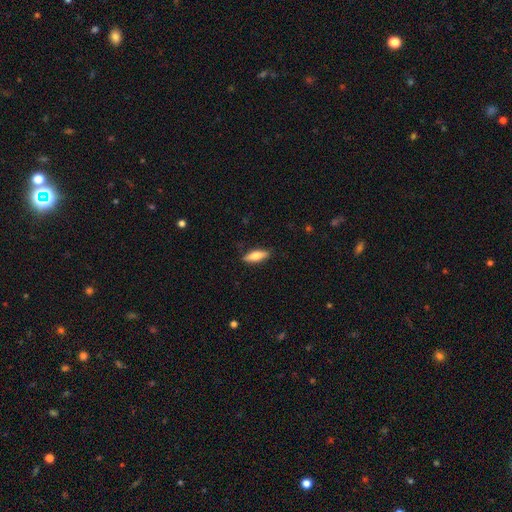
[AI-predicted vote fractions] Smooth or featured: smooth — 72% (featured or disk — 22%)
How rounded: in between — 52% (cigar-shaped — 45%)
Merging: none — 85% (minor disturbance — 12%)